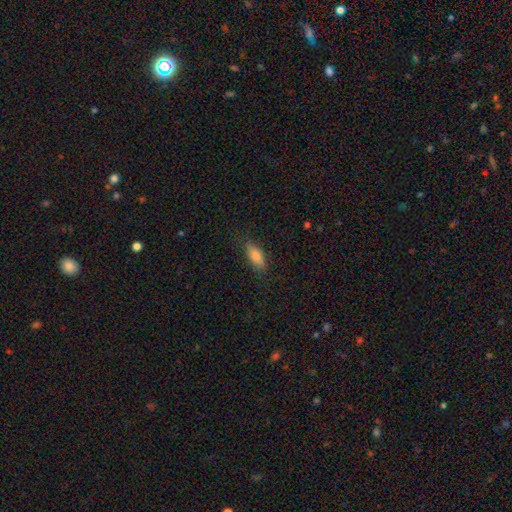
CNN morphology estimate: A smooth galaxy with no disk features (79%) that is in between round and cigar-shaped (70%).

Vote fractions:
- Smooth or featured? smooth: 79% / featured or disk: 13% / star or artifact: 7%
- How rounded? in between: 70% / cigar-shaped: 27% / round: 3%
- Merging? none: 83% / minor disturbance: 13% / major disturbance: 3% / merger: 1%